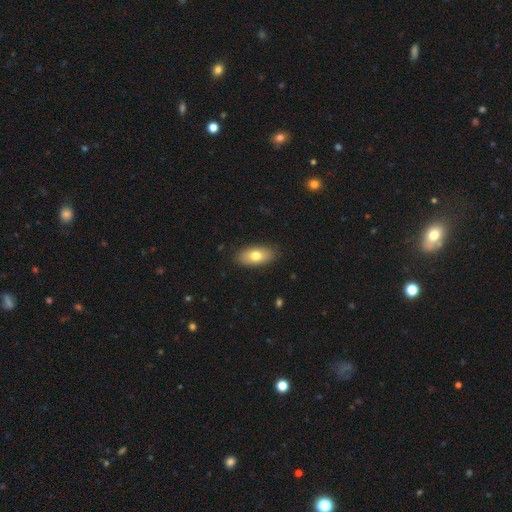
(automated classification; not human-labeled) A smooth galaxy with no disk features (75%) that is in between round and cigar-shaped (90%).

Vote fractions:
- Smooth or featured? smooth: 75% / featured or disk: 18% / star or artifact: 7%
- How rounded? in between: 90% / cigar-shaped: 6% / round: 4%
- Merging? none: 87% / minor disturbance: 10% / major disturbance: 2% / merger: 1%